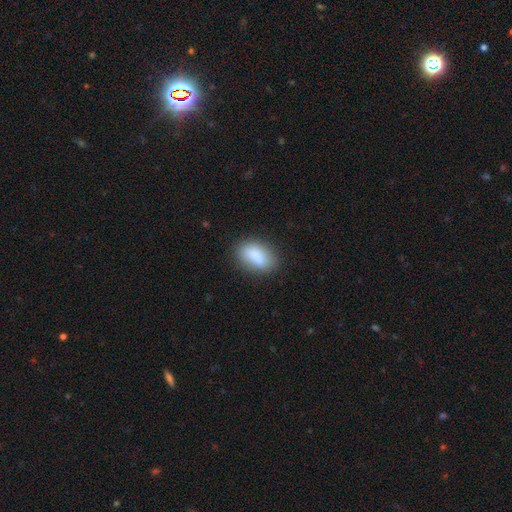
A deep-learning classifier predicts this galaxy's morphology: This is clearly a smooth galaxy (84%). How rounded: clearly in between (88%). Merging: likely none (78%).